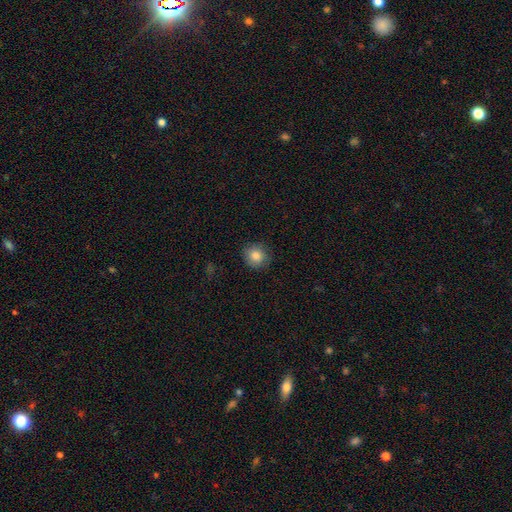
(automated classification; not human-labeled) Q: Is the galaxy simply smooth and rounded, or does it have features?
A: smooth — 85%.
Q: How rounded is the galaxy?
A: round — 89%.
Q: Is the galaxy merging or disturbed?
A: none — 87%.